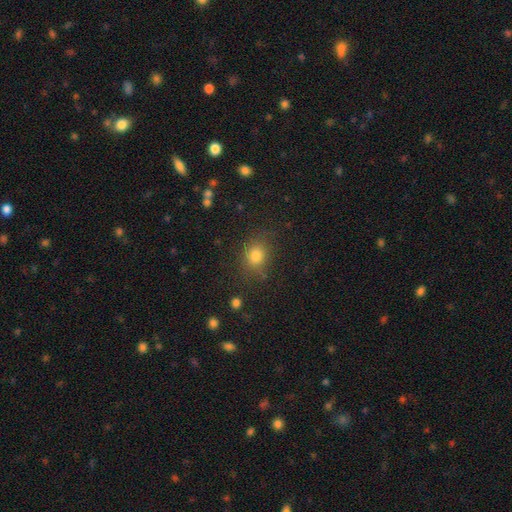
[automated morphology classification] smooth 79%, star or artifact 14%, featured or disk 7%. Down the decision tree: how rounded — round (59%); merging — none (78%).